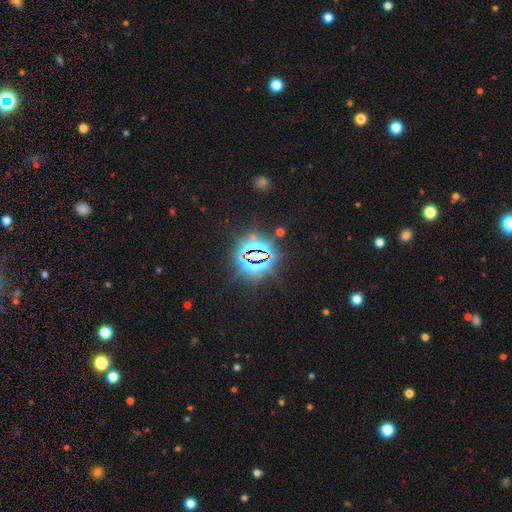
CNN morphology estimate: type=star or artifact (83%).